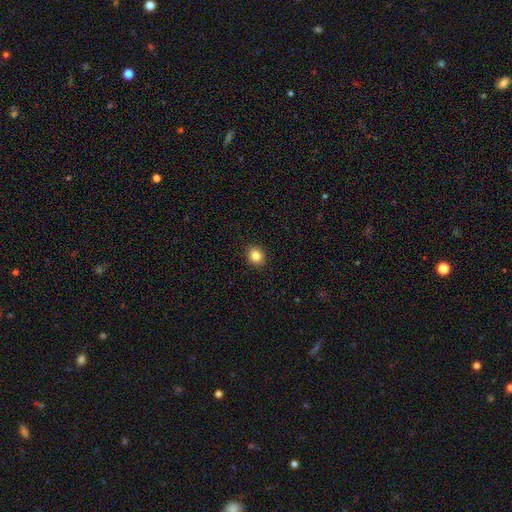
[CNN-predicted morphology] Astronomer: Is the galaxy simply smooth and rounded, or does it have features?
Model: smooth — 83%.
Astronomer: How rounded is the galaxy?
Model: round — 75%.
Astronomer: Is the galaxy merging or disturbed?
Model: none — 92%.